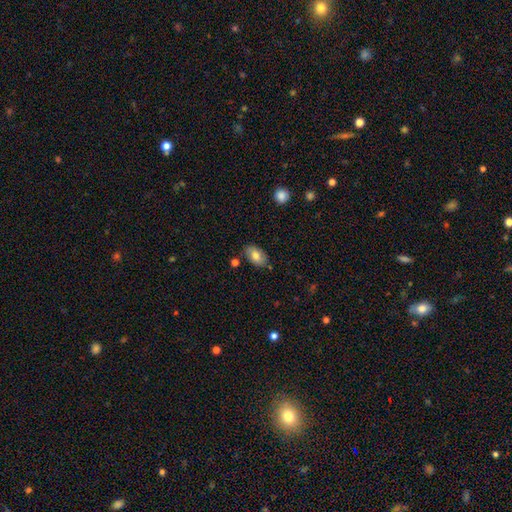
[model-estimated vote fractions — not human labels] This appears to be a smooth galaxy with no disk features (74%) that is in between round and cigar-shaped (91%). Merging: none (80%).